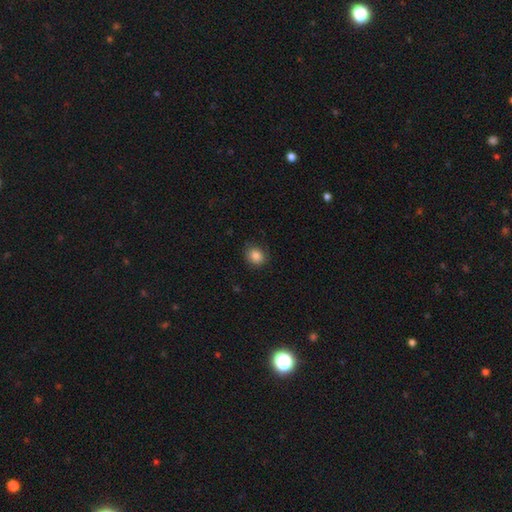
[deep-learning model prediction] Q: Smooth or featured?
A: smooth (85%); runner-up: star or artifact (10%)
Q: How rounded?
A: round (69%); runner-up: in between (30%)
Q: Merging?
A: none (84%); runner-up: minor disturbance (12%)